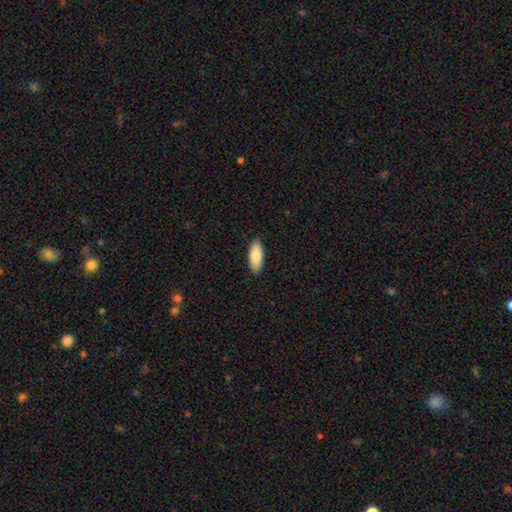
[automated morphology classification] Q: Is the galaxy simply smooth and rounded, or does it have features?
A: smooth — 87%.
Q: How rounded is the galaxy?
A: in between — 79%.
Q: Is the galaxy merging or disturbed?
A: none — 90%.